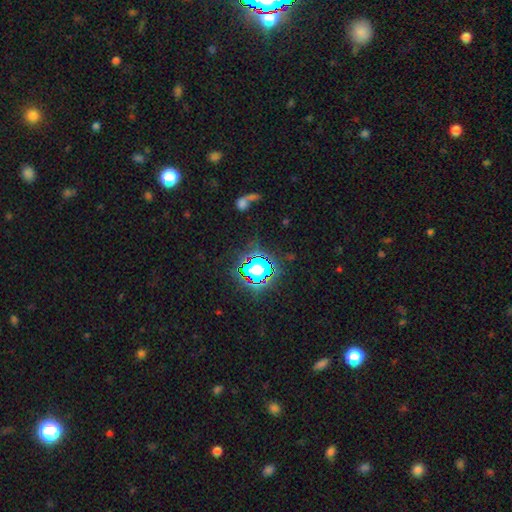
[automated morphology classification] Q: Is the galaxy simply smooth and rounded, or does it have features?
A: star or artifact — 78%.